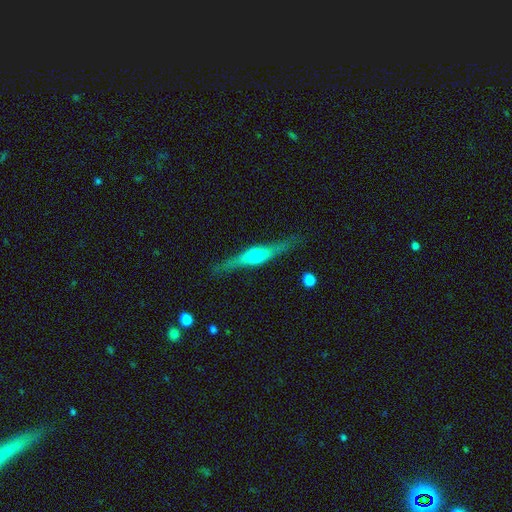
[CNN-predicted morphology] Smooth or featured? featured or disk (69%)
Edge-on disk? yes (96%)
Edge-on bulge? rounded (73%)
Merging? none (82%)